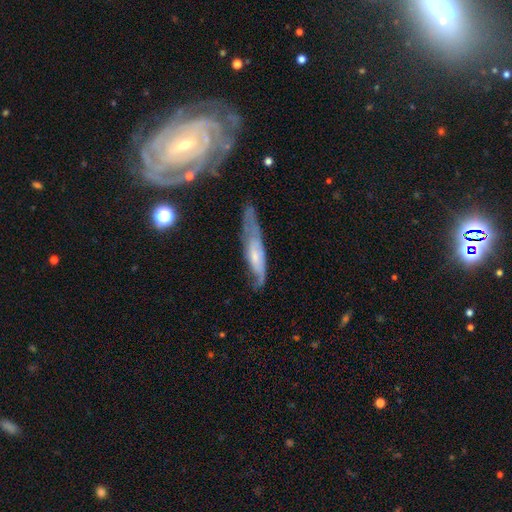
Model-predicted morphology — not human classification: Overall: featured or disk (60%; smooth 33%). Edge-on disk: no (58%; yes 42%). Merging: none (48%; minor disturbance 29%).